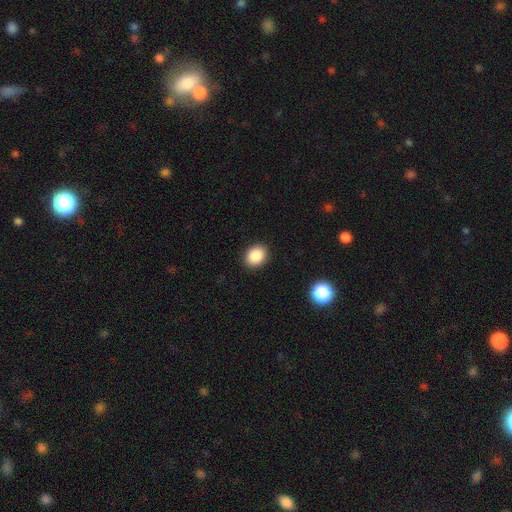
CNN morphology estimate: type=smooth (87%); roundness=round (51%); merging=none (91%).